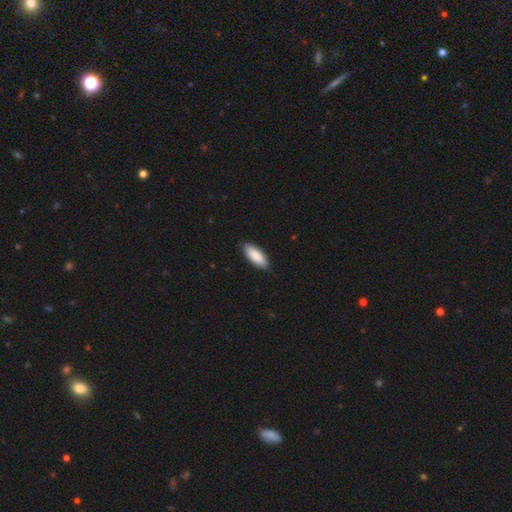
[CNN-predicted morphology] A smooth galaxy with no disk features (88%) that is in between round and cigar-shaped (77%).

Vote fractions:
- Smooth or featured? smooth: 88% / featured or disk: 7% / star or artifact: 5%
- How rounded? in between: 77% / cigar-shaped: 22% / round: 1%
- Merging? none: 87% / minor disturbance: 10% / major disturbance: 2% / merger: 1%